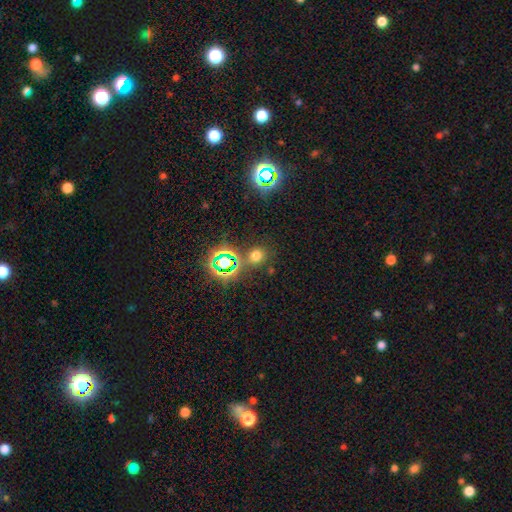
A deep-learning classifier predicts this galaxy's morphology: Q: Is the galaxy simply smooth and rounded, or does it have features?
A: smooth — 60%.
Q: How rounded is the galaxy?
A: round — 81%.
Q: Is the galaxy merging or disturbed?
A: none — 80%.